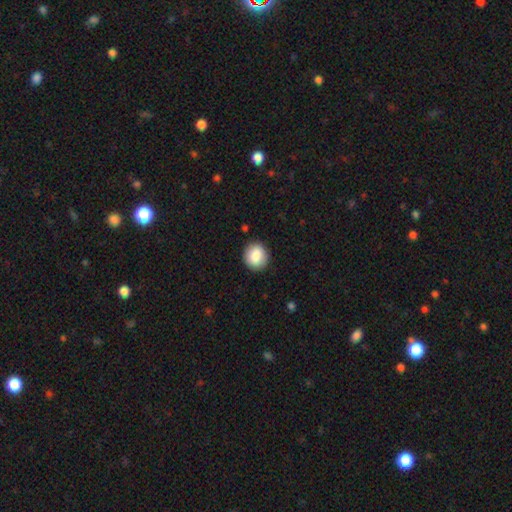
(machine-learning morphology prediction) A smooth galaxy with no disk features (87%) that is round (82%).

Vote fractions:
- Smooth or featured? smooth: 87% / star or artifact: 7% / featured or disk: 6%
- How rounded? round: 82% / in between: 17% / cigar-shaped: 1%
- Merging? none: 89% / minor disturbance: 8% / major disturbance: 2% / merger: 1%